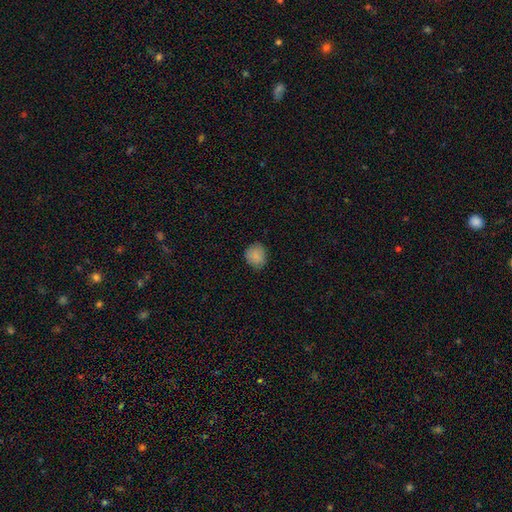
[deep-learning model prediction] A smooth galaxy with no disk features (86%) that is round (76%). Merging: none (81%).